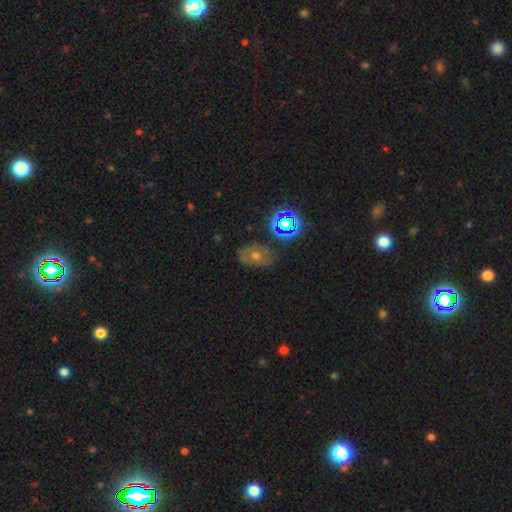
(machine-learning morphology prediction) A smooth galaxy with no disk features (39%). Merging: none (72%).